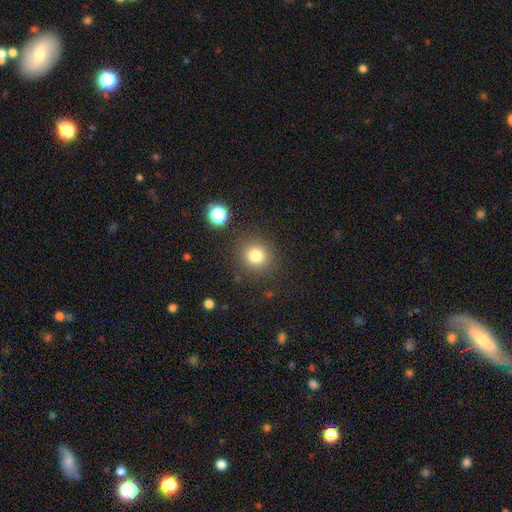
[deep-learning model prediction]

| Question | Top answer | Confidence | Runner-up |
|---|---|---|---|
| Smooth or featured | smooth | 80% | star or artifact (13%) |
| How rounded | round | 90% | in between (9%) |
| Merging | none | 86% | minor disturbance (8%) |